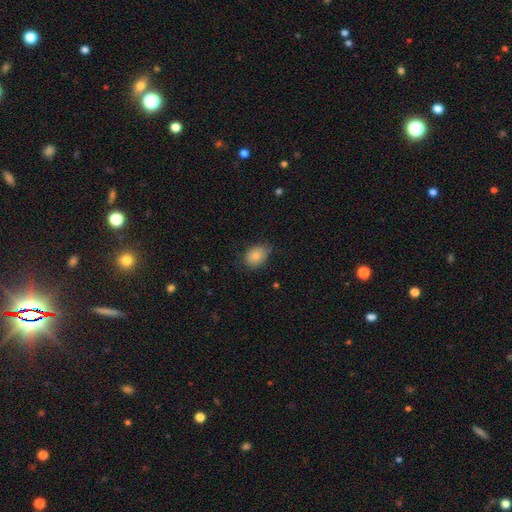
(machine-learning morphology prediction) The model was most divided on "how rounded": in between: 58%, round: 41%, cigar-shaped: 1%. More confident: smooth or featured — smooth (83%); merging — none (66%).